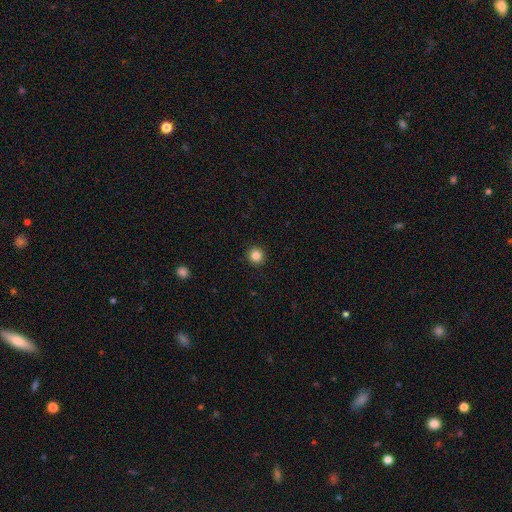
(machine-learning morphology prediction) smooth_or_featured: smooth (p=0.85) [alt: star or artifact p=0.11]
how_rounded: round (p=0.95) [alt: in between p=0.05]
merging: none (p=0.93) [alt: minor disturbance p=0.05]